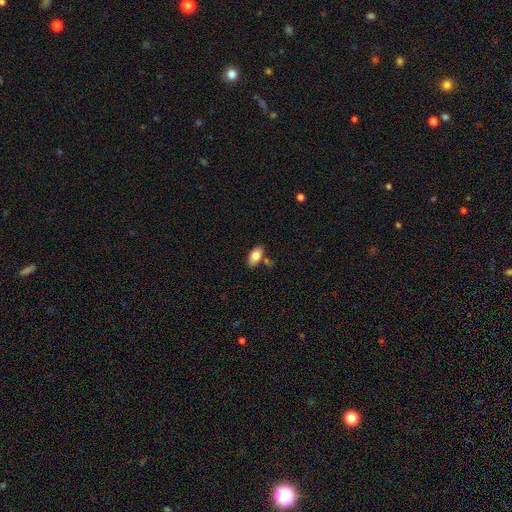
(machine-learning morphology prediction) The model was most divided on "merging": none: 73%, minor disturbance: 14%, merger: 9%, major disturbance: 3%. More confident: how rounded — in between (91%); smooth or featured — smooth (81%).